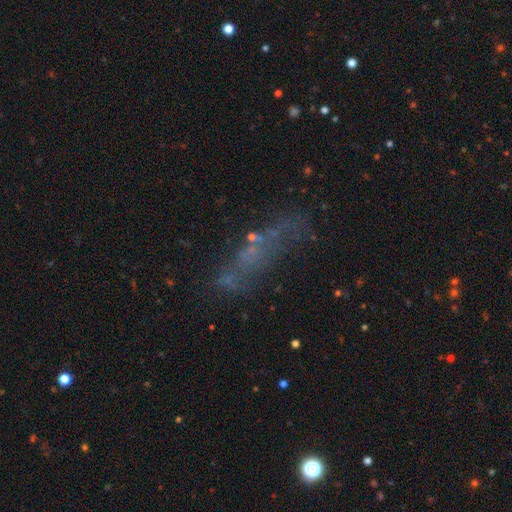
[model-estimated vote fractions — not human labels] The model was most divided on "smooth or featured": featured or disk: 38%, smooth: 35%, star or artifact: 27%. Remaining: merging — none (46%).